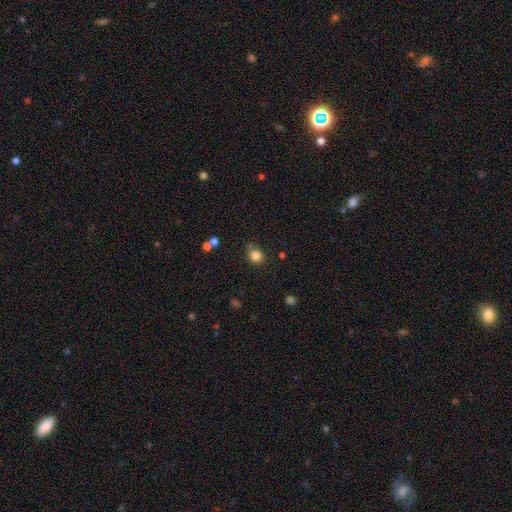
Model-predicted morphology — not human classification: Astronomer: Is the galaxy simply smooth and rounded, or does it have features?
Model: smooth — 83%.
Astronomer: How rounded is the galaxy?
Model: round — 74%.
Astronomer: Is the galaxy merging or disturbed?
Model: none — 74%.